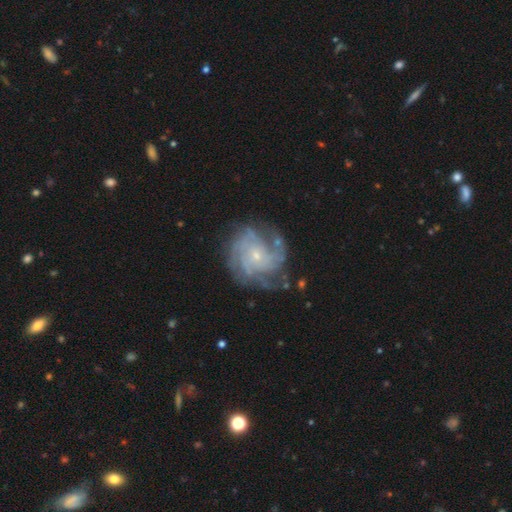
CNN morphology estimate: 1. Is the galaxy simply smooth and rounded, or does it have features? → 86% featured or disk, 8% smooth, 7% star or artifact.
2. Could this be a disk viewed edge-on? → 98% no, 2% yes.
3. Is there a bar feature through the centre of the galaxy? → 77% no, 19% weak, 4% strong.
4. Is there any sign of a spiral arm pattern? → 95% yes, 5% no.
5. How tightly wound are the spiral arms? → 58% tight, 34% medium, 8% loose.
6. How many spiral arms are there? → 27% 4, 25% can't tell, 19% 3, 11% more than 4, 10% 2, 7% 1.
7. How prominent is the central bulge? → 79% small, 16% moderate, 3% none, 1% large, 1% dominant.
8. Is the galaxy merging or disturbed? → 70% none, 18% minor disturbance, 10% major disturbance, 2% merger.